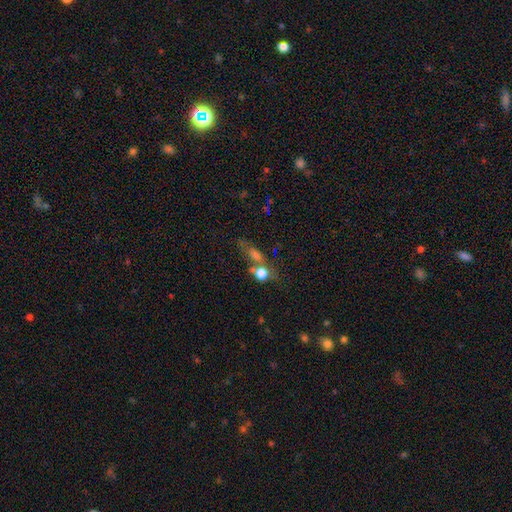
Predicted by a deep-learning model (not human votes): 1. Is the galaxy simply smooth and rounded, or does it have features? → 46% smooth, 27% star or artifact, 27% featured or disk.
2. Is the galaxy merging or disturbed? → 44% none, 32% merger, 13% minor disturbance, 11% major disturbance.